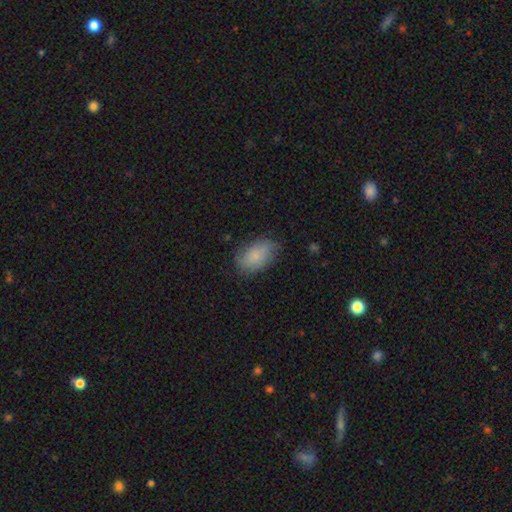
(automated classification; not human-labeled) smooth 77%, featured or disk 15%, star or artifact 8%. Down the decision tree: how rounded — in between (91%); merging — none (68%).